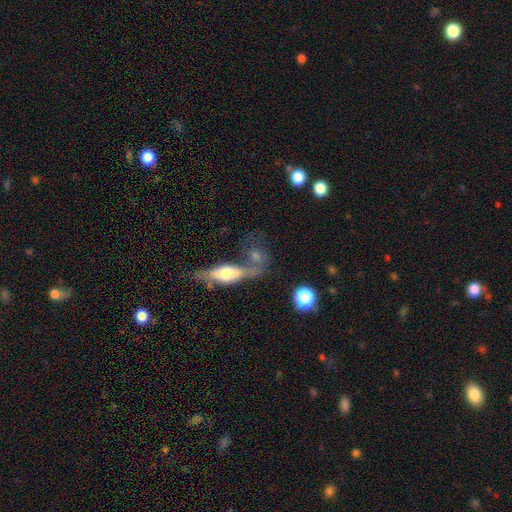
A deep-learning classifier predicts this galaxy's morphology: smooth-or-featured: smooth: 48% | featured or disk: 38% | star or artifact: 14%
  merging: none: 43% | merger: 33% | minor disturbance: 14% | major disturbance: 11%